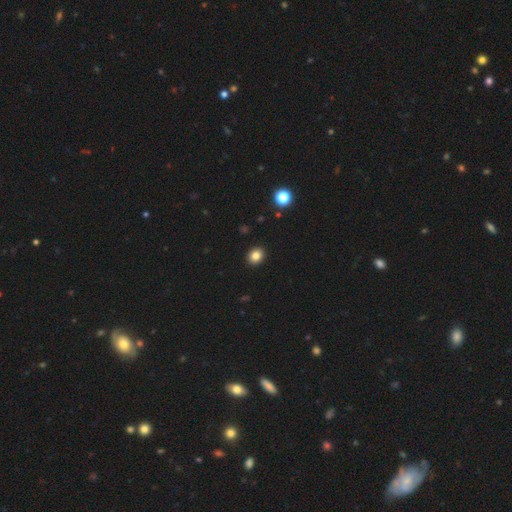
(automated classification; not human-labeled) A smooth galaxy with no disk features (84%) that is round (58%). Merging: none (92%).